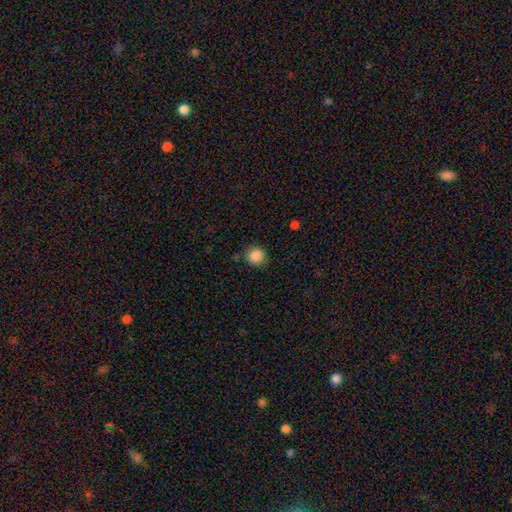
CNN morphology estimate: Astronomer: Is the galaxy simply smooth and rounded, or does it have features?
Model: smooth — 87%.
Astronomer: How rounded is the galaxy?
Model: round — 90%.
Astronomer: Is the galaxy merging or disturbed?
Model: none — 84%.